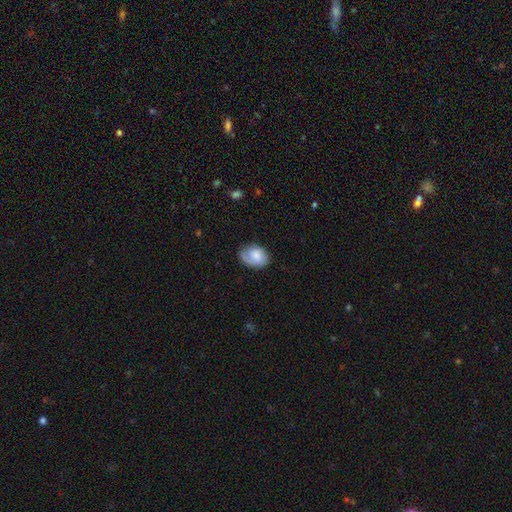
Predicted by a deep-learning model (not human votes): Smooth or featured? Predicted: smooth (p=0.58). How rounded? Predicted: in between (p=0.73). Merging? Predicted: none (p=0.63).